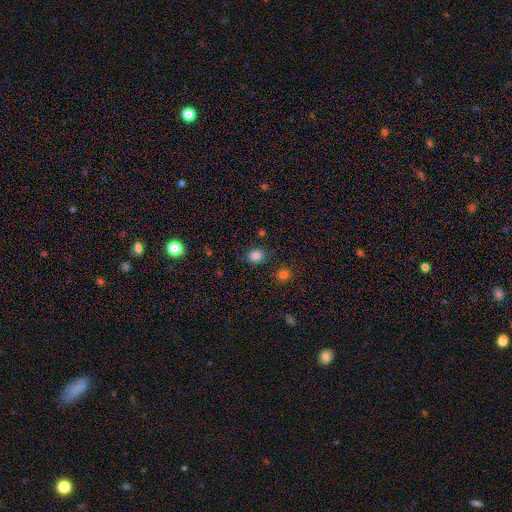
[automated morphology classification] This appears to be a smooth galaxy with no disk features (83%) that is round (75%). Merging: none (85%).